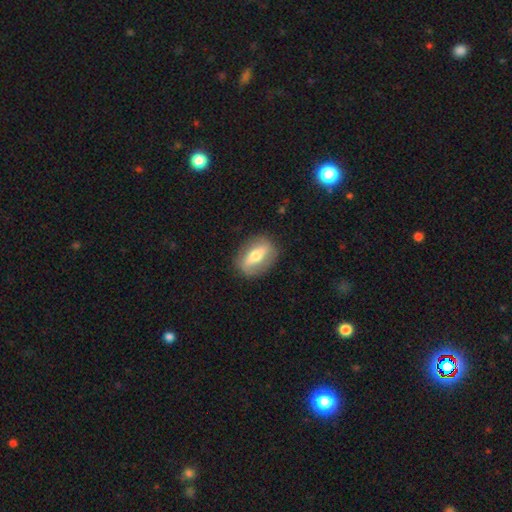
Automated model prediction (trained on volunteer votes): Morphology: type=featured or disk (55%); edge-on=no (68%); merging=none (83%).